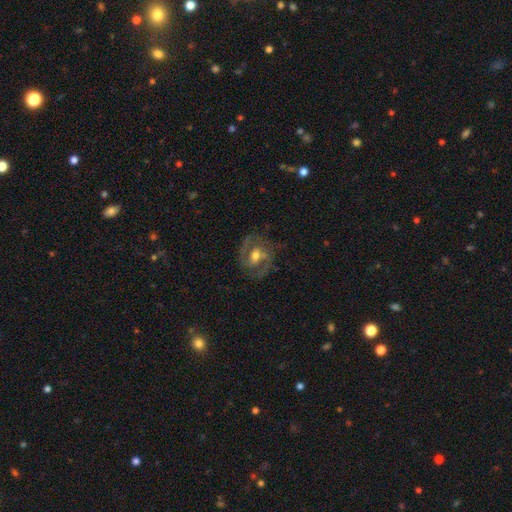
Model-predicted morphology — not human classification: Smooth or featured? featured or disk (77%)
Edge-on disk? no (97%)
Bar? weak (43%)
Spiral arms? yes (87%)
Spiral winding? medium (51%)
Spiral arm count? 2 (80%)
Bulge size? moderate (71%)
Merging? none (68%)